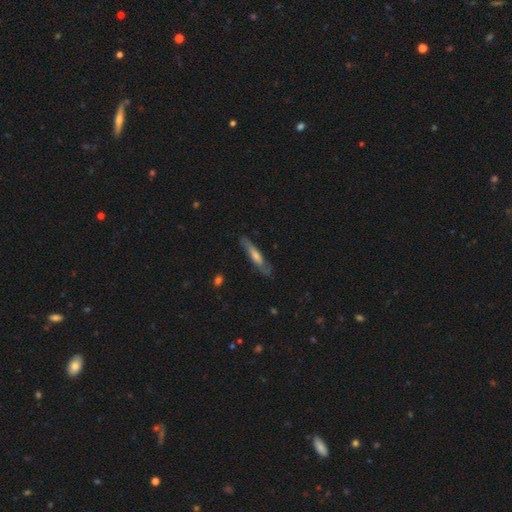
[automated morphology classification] A featured or disk galaxy (50%) viewed edge-on (75%). Merging: none (81%).